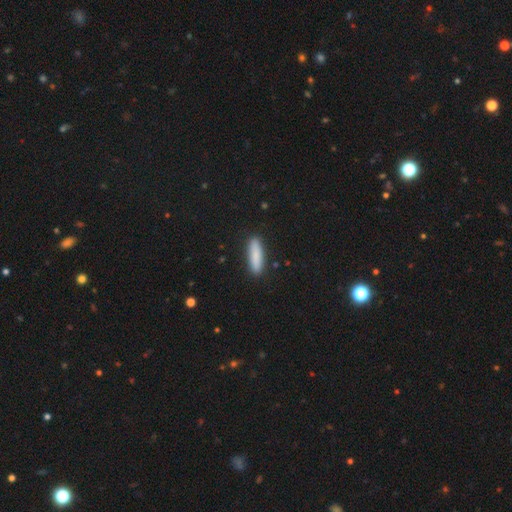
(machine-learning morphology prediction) type=smooth (86%); roundness=cigar-shaped (70%); merging=none (90%).